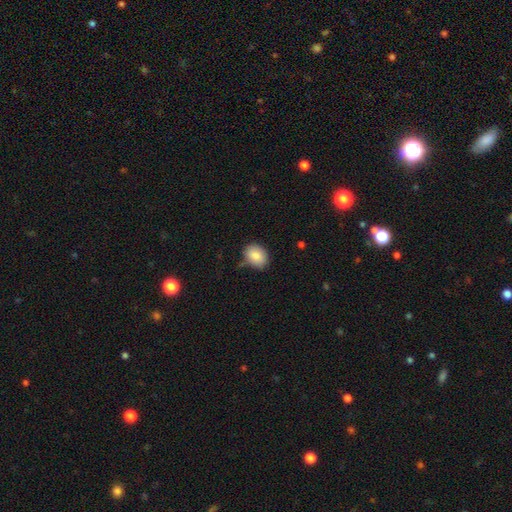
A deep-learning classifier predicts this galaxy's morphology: smooth-or-featured: smooth: 86% | star or artifact: 8% | featured or disk: 7%
  how-rounded: in between: 62% | round: 37% | cigar-shaped: 1%
  merging: none: 75% | minor disturbance: 19% | major disturbance: 3% | merger: 2%